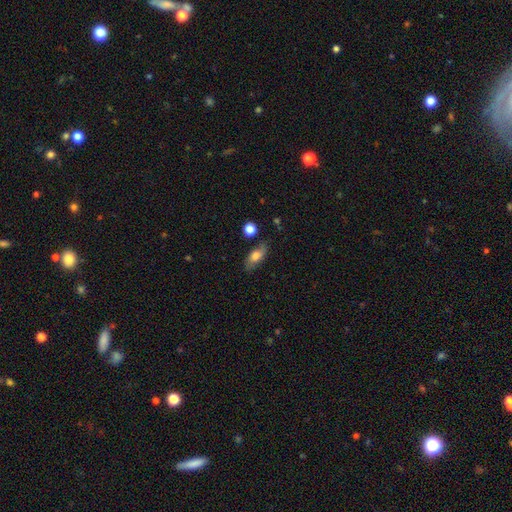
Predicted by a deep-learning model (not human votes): smooth-or-featured: smooth: 66% | featured or disk: 26% | star or artifact: 8%
  how-rounded: in between: 79% | cigar-shaped: 14% | round: 7%
  merging: none: 75% | minor disturbance: 17% | major disturbance: 4% | merger: 4%